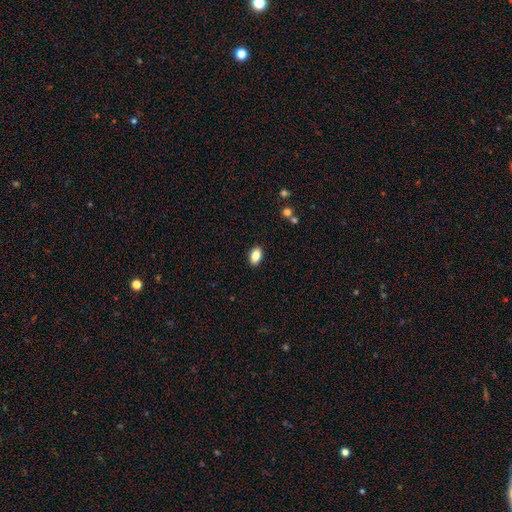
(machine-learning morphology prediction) Smooth or featured? Predicted: smooth (p=0.86). How rounded? Predicted: in between (p=0.89). Merging? Predicted: none (p=0.89).